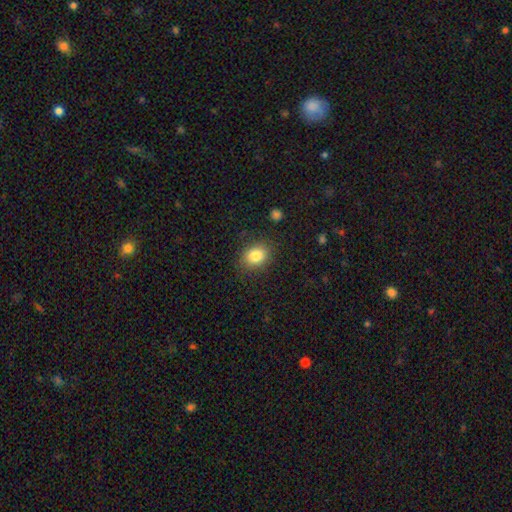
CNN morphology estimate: Overall: smooth (82%). How rounded: in between (54%; round 45%). Merging: none (84%).